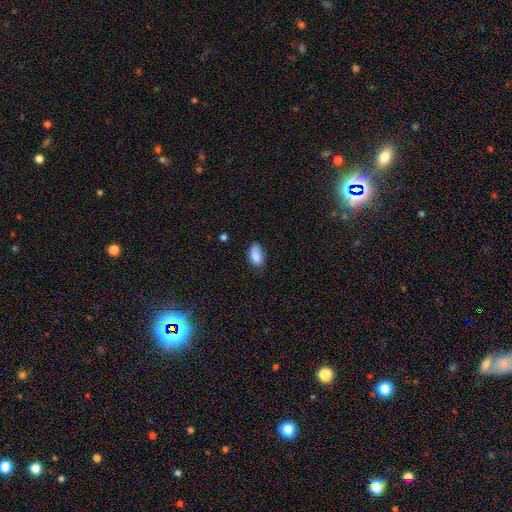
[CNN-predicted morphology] This is clearly a smooth galaxy (86%). How rounded: clearly in between (93%). Merging: likely none (63%).